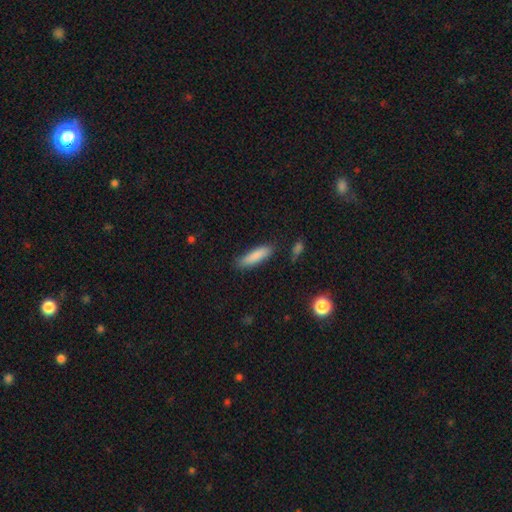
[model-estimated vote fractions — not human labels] This is clearly a smooth galaxy (85%). How rounded: likely cigar-shaped (69%). Merging: clearly none (83%).